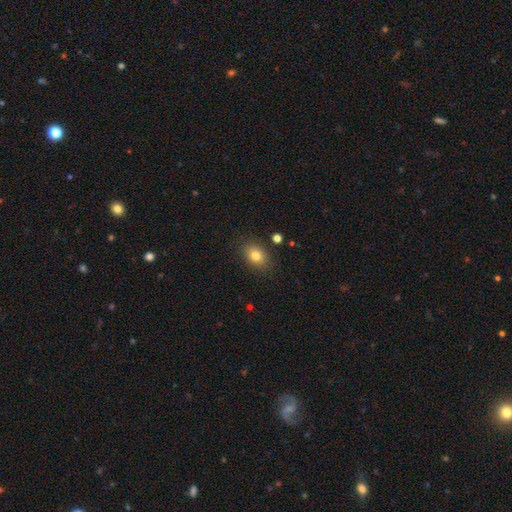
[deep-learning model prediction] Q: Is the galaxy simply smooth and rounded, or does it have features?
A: smooth — 80%.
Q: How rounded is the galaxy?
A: in between — 70%.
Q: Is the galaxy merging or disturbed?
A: none — 86%.